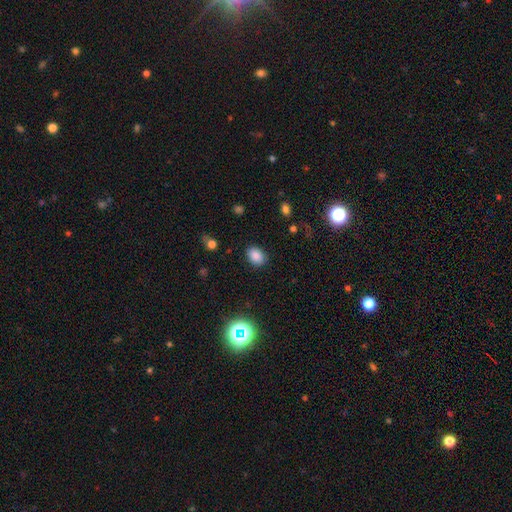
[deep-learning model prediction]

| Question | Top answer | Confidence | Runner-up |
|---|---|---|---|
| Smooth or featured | smooth | 85% | star or artifact (11%) |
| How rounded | in between | 72% | round (27%) |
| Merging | none | 86% | minor disturbance (10%) |